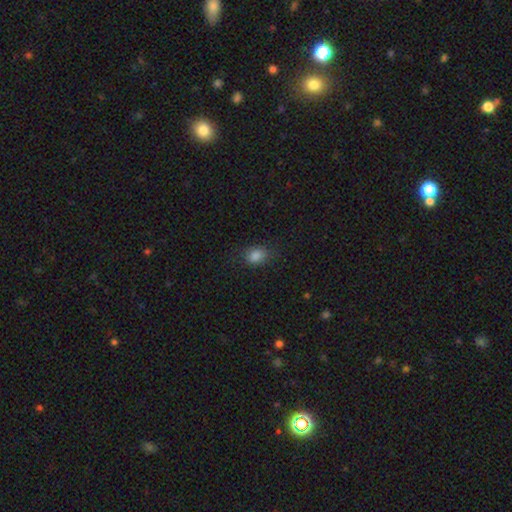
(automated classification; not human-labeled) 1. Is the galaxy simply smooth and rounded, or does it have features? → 84% smooth, 11% star or artifact, 5% featured or disk.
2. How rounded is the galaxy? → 68% in between, 31% round, 2% cigar-shaped.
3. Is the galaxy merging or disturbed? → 77% none, 17% minor disturbance, 5% major disturbance, 1% merger.